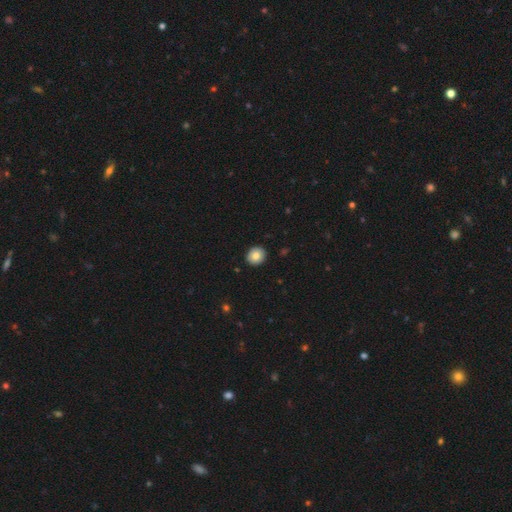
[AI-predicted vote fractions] A smooth galaxy with no disk features (83%) that is round (84%).

Vote fractions:
- Smooth or featured? smooth: 83% / featured or disk: 9% / star or artifact: 8%
- How rounded? round: 84% / in between: 15% / cigar-shaped: 1%
- Merging? none: 92% / minor disturbance: 5% / major disturbance: 1% / merger: 1%